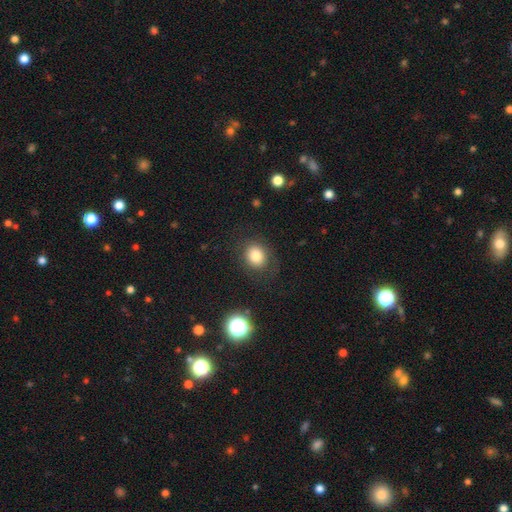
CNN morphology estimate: This is clearly a smooth galaxy (81%). How rounded: likely round (71%). Merging: clearly none (83%).